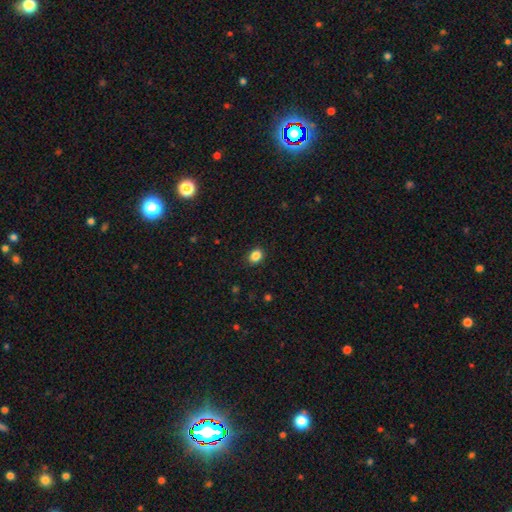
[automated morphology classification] smooth-or-featured: smooth: 86% | star or artifact: 10% | featured or disk: 4%
  how-rounded: in between: 57% | round: 42% | cigar-shaped: 1%
  merging: none: 87% | minor disturbance: 9% | major disturbance: 2% | merger: 1%